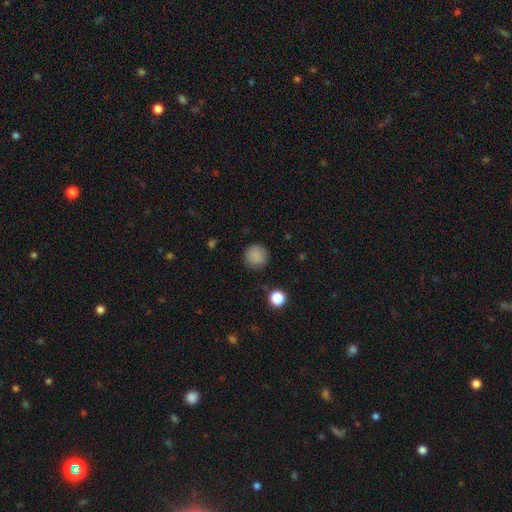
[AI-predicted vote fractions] Smooth or featured? Predicted: smooth (p=0.86). How rounded? Predicted: round (p=0.94). Merging? Predicted: none (p=0.87).